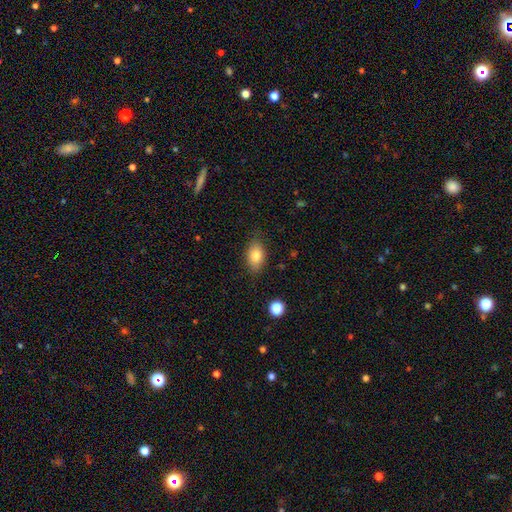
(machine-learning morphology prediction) Smooth or featured: smooth — 80% (featured or disk — 11%)
How rounded: in between — 87% (round — 10%)
Merging: none — 82% (minor disturbance — 14%)